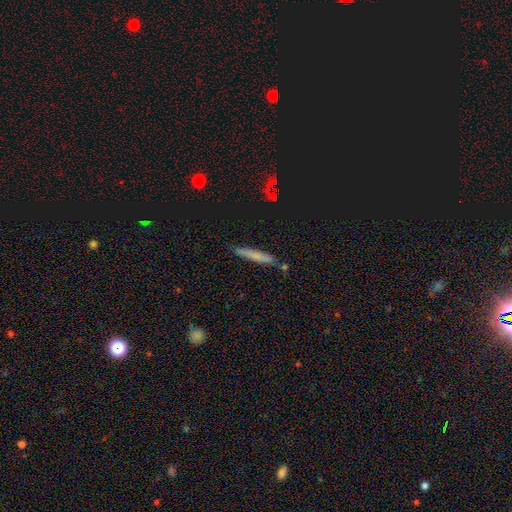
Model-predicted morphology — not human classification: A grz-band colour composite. It shows a smooth galaxy with no disk features (64%) that is cigar-shaped (94%). Merging: none (81%).